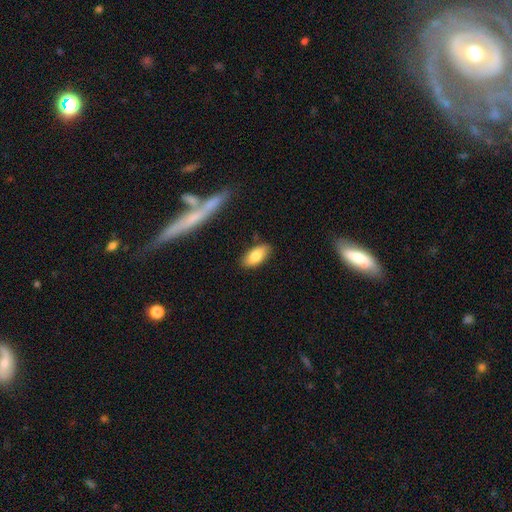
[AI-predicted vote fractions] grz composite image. It shows a smooth galaxy with no disk features (80%) that is in between round and cigar-shaped (91%). Merging: none (85%).